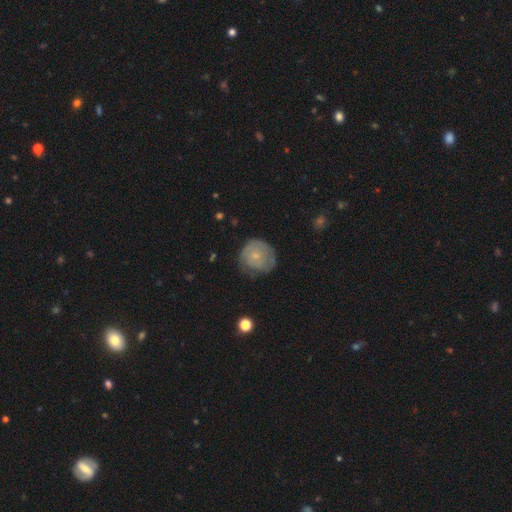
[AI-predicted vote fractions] Smooth or featured? Predicted: featured or disk (p=0.50). Merging? Predicted: none (p=0.62).